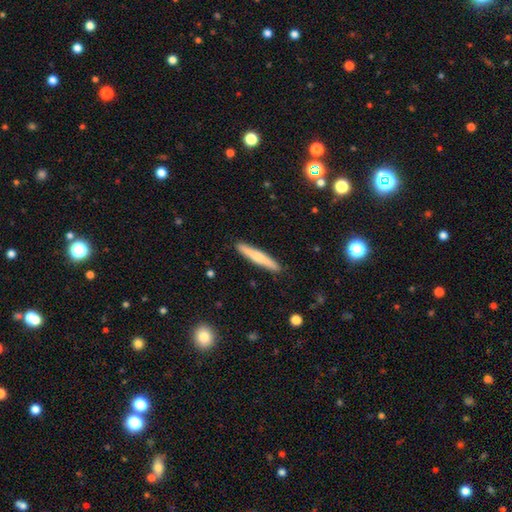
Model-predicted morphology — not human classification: Q: Smooth or featured?
A: smooth (54%); runner-up: featured or disk (40%)
Q: How rounded?
A: cigar-shaped (93%); runner-up: in between (5%)
Q: Merging?
A: none (91%); runner-up: minor disturbance (7%)